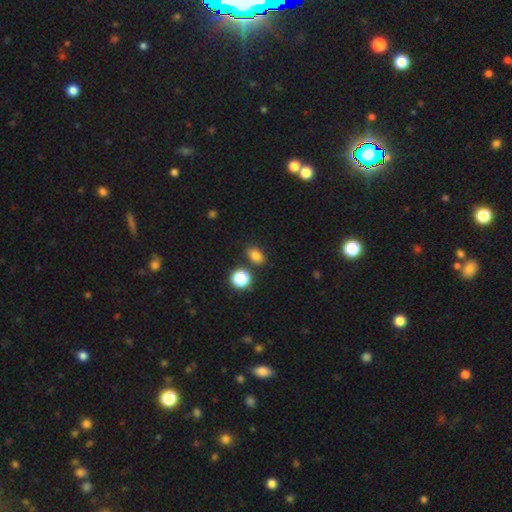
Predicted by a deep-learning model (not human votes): smooth_or_featured: smooth (p=0.79) [alt: star or artifact p=0.15]
how_rounded: in between (p=0.75) [alt: round p=0.23]
merging: none (p=0.79) [alt: minor disturbance p=0.12]